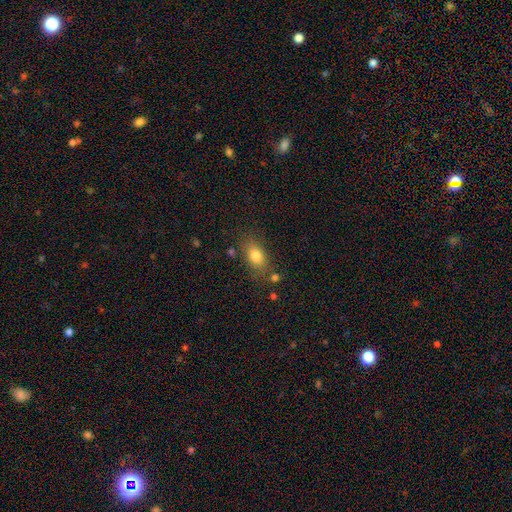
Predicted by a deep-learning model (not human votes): smooth 80%, featured or disk 10%, star or artifact 10%. Down the decision tree: how rounded — in between (81%); merging — none (75%).